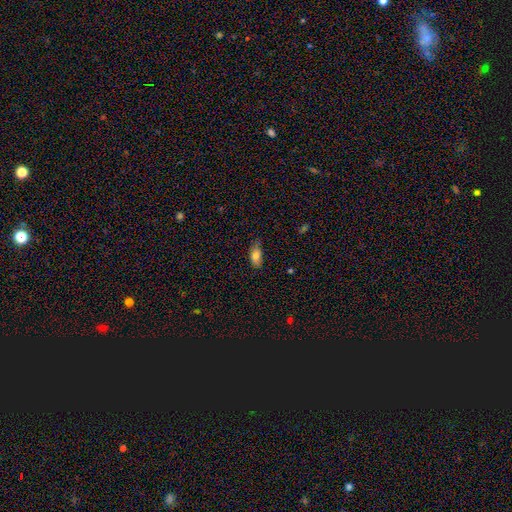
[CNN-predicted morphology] Smooth or featured? Predicted: smooth (p=0.80). How rounded? Predicted: in between (p=0.84). Merging? Predicted: none (p=0.67).